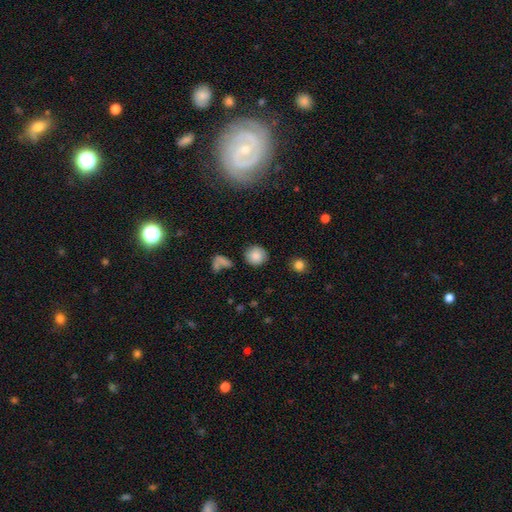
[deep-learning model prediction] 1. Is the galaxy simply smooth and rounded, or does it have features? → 84% smooth, 9% star or artifact, 7% featured or disk.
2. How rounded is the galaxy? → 89% round, 10% in between, 1% cigar-shaped.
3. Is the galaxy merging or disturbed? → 82% none, 10% minor disturbance, 4% merger, 4% major disturbance.